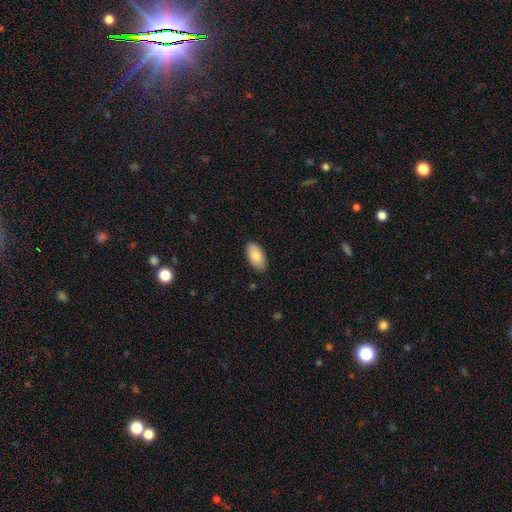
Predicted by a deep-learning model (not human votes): A smooth galaxy with no disk features (85%) that is in between round and cigar-shaped (95%). Merging: none (87%).